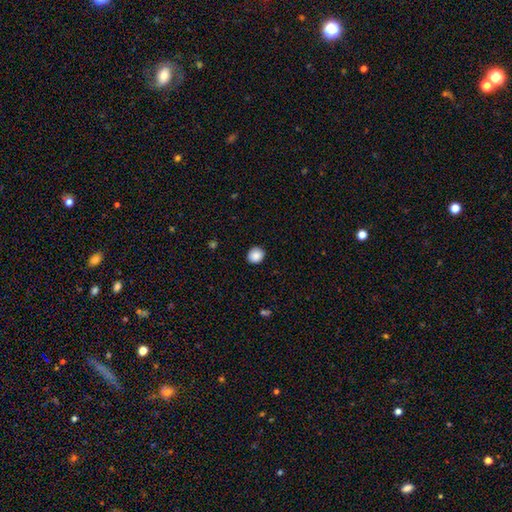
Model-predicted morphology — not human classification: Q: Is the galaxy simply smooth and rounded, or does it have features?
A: smooth — 89%.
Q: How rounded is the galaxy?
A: round — 82%.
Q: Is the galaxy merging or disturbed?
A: none — 91%.